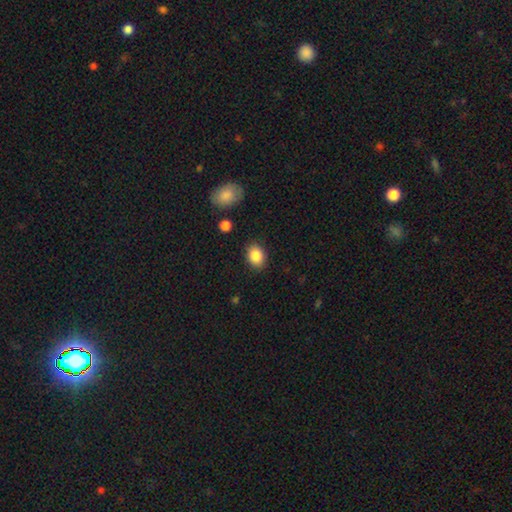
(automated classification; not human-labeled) A smooth galaxy with no disk features (86%) that is in between round and cigar-shaped (61%).

Vote fractions:
- Smooth or featured? smooth: 86% / star or artifact: 8% / featured or disk: 5%
- How rounded? in between: 61% / round: 38% / cigar-shaped: 1%
- Merging? none: 86% / minor disturbance: 9% / major disturbance: 3% / merger: 2%